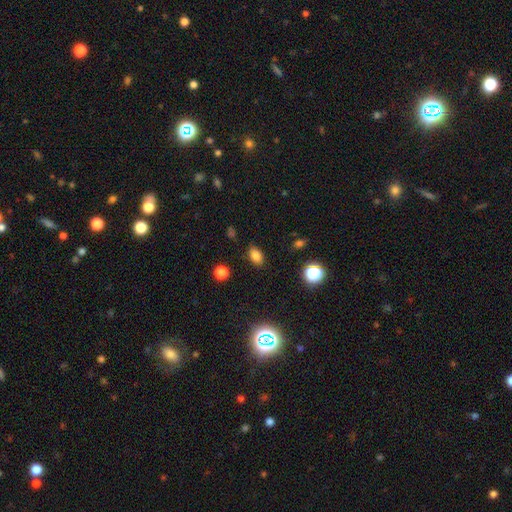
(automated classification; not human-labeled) A smooth galaxy with no disk features (81%) that is in between round and cigar-shaped (83%). Merging: none (85%).